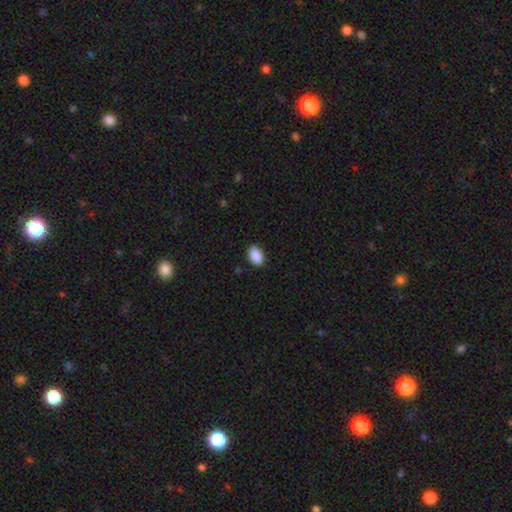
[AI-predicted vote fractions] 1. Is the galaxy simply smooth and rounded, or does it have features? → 90% smooth, 7% star or artifact, 3% featured or disk.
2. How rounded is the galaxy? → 90% in between, 9% round, 1% cigar-shaped.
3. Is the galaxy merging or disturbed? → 87% none, 10% minor disturbance, 2% major disturbance, 1% merger.